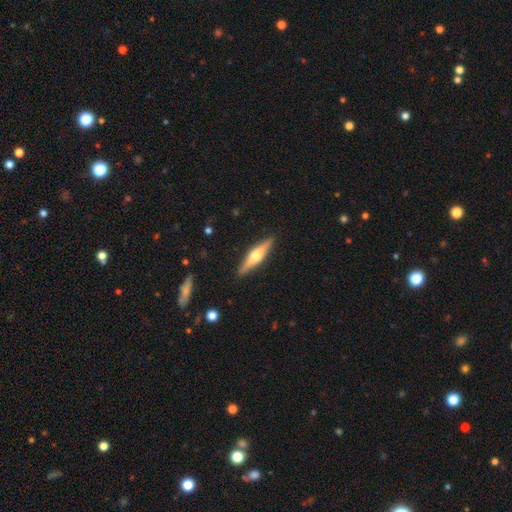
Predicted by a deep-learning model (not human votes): A featured or disk galaxy (61%) viewed edge-on (95%) with a rounded central bulge (92%).

Vote fractions:
- Smooth or featured? featured or disk: 61% / smooth: 34% / star or artifact: 5%
- Edge-on disk? yes: 95% / no: 5%
- Edge-on bulge? rounded: 92% / boxy: 4% / none: 3%
- Merging? none: 90% / minor disturbance: 8% / major disturbance: 2% / merger: 1%